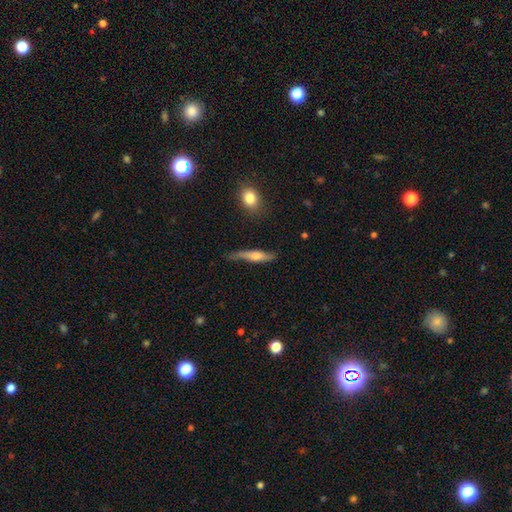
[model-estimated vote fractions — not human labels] This appears to be a featured or disk galaxy (54%) viewed edge-on (75%). Merging: none (60%).